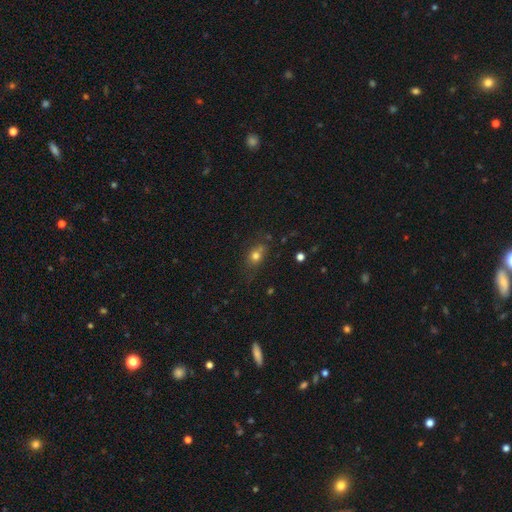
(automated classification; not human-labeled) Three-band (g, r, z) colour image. It shows a smooth galaxy with no disk features (73%) that is in between round and cigar-shaped (54%). Merging: none (63%).